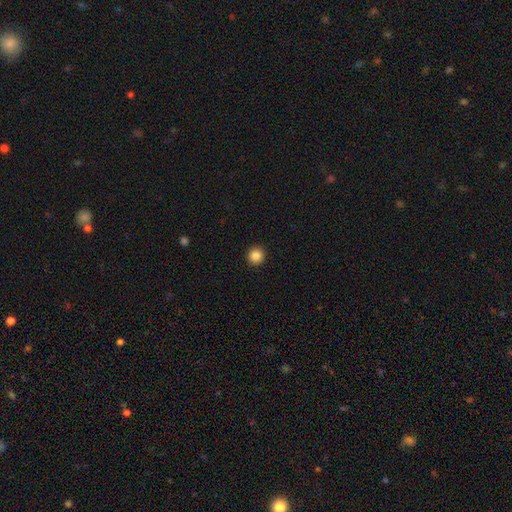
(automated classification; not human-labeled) smooth 86%, star or artifact 10%, featured or disk 4%. Down the decision tree: how rounded — round (94%); merging — none (93%).